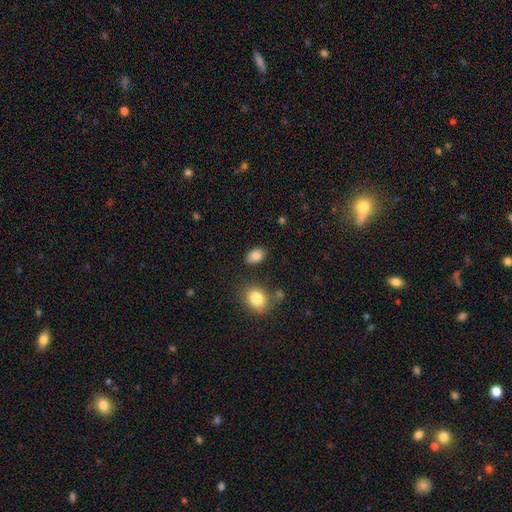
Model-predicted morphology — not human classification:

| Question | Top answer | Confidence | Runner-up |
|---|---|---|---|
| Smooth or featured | smooth | 86% | star or artifact (9%) |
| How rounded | in between | 86% | round (12%) |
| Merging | none | 80% | minor disturbance (13%) |